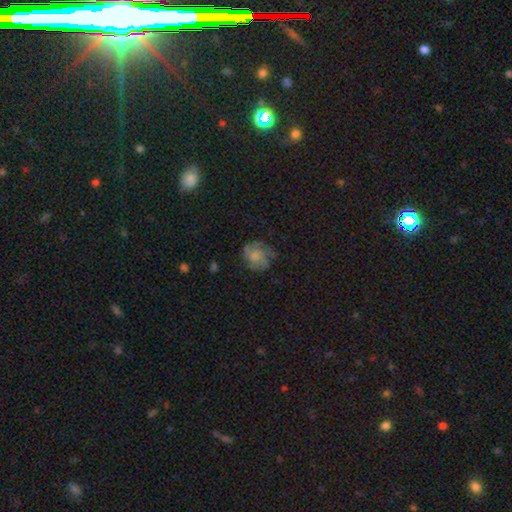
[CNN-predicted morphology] Smooth or featured? Predicted: featured or disk (p=0.56). Edge-on disk? Predicted: no (p=0.98). Bar? Predicted: no (p=0.78). Spiral arms? Predicted: yes (p=0.81). Bulge size? Predicted: moderate (p=0.39). Merging? Predicted: none (p=0.65).